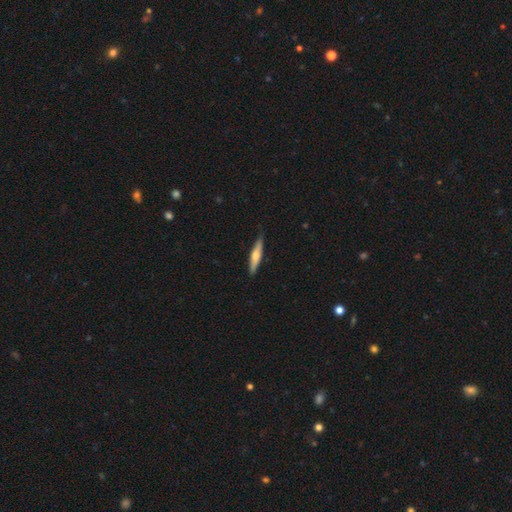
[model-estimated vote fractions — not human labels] A smooth galaxy with no disk features (50%) that is cigar-shaped (85%). Merging: none (85%).